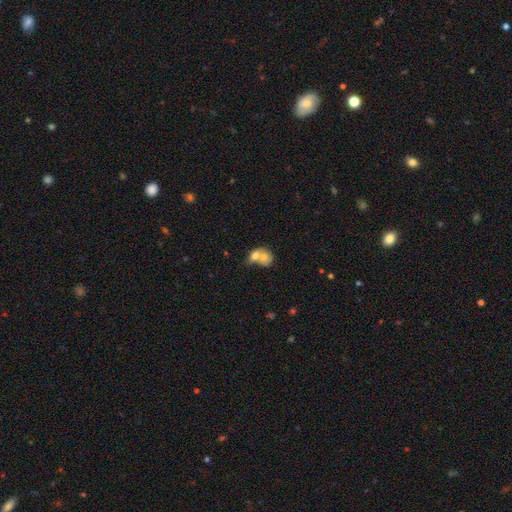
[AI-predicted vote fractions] Smooth or featured? Predicted: smooth (p=0.67). How rounded? Predicted: round (p=0.50). Merging? Predicted: merger (p=0.74).